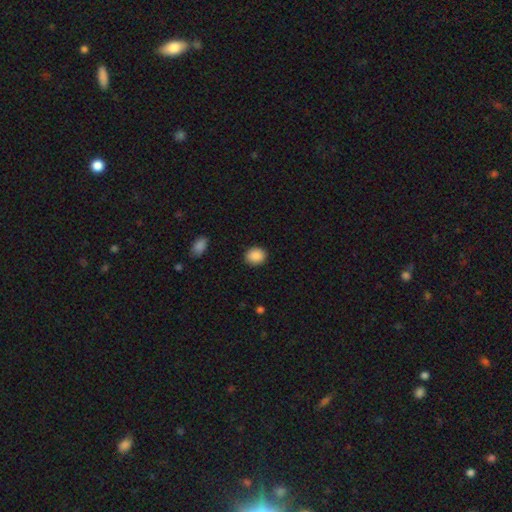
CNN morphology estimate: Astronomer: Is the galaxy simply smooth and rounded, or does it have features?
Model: smooth — 89%.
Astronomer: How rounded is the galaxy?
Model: round — 62%.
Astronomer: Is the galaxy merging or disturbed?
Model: none — 90%.